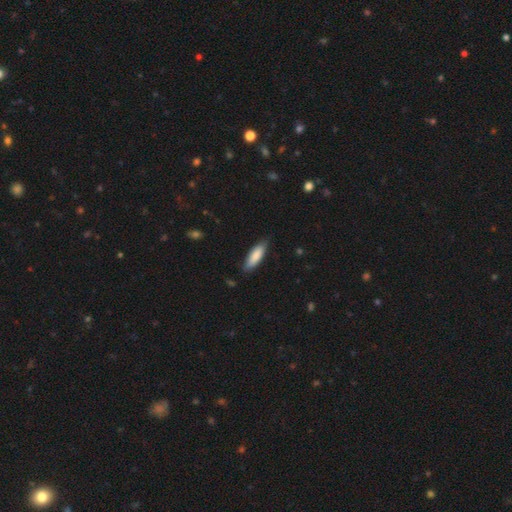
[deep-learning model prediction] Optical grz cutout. It shows a smooth galaxy with no disk features (85%) that is in between round and cigar-shaped (50%). Merging: none (81%).